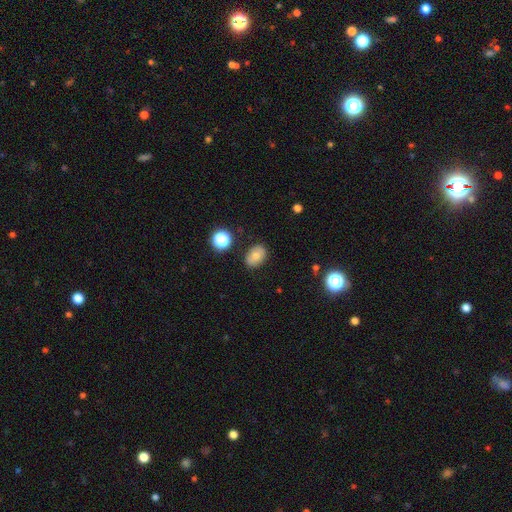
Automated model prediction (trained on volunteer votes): Morphology: type=smooth (72%); roundness=in between (77%); merging=none (84%).